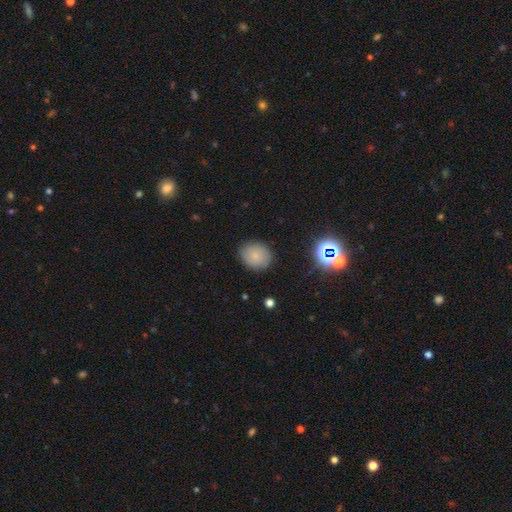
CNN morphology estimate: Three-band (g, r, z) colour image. It shows a smooth galaxy with no disk features (79%) that is round (70%). Merging: none (86%).